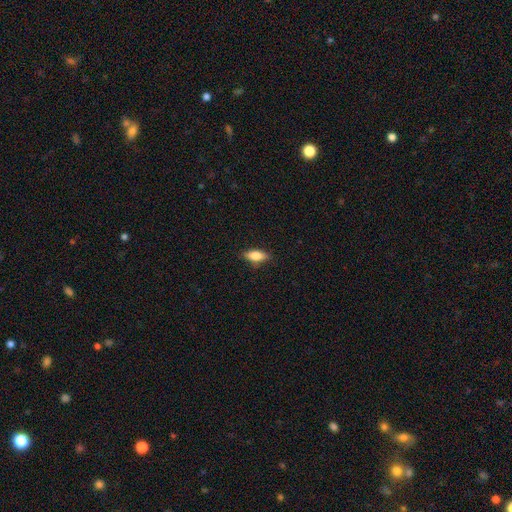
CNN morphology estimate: type=smooth (81%); roundness=in between (79%); merging=none (84%).